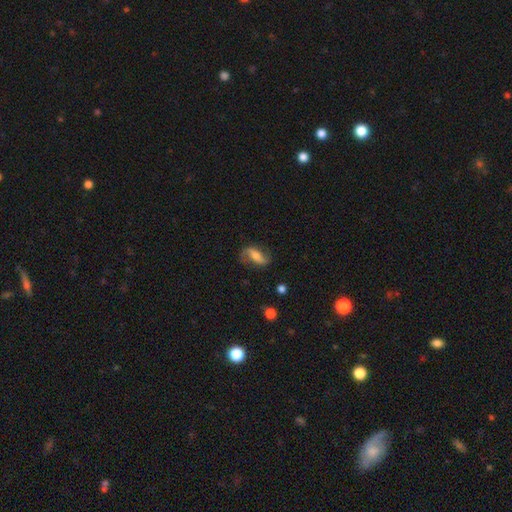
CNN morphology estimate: Smooth or featured? Predicted: featured or disk (p=0.59). Edge-on disk? Predicted: no (p=0.90). Bar? Predicted: strong (p=0.38). Spiral arms? Predicted: yes (p=0.87). Bulge size? Predicted: moderate (p=0.44). Merging? Predicted: none (p=0.71).